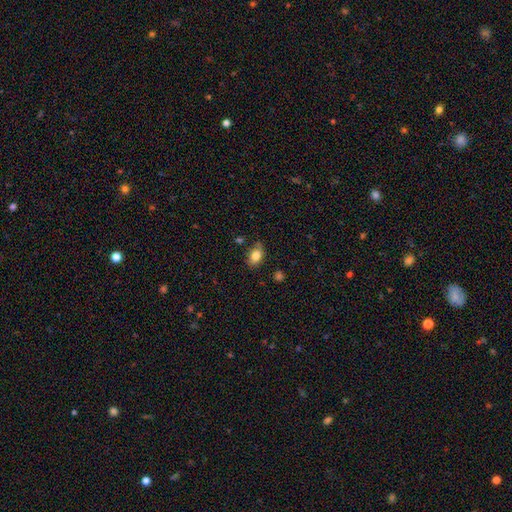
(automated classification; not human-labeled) smooth_or_featured: smooth (p=0.83) [alt: star or artifact p=0.09]
how_rounded: in between (p=0.79) [alt: round p=0.19]
merging: none (p=0.78) [alt: minor disturbance p=0.16]